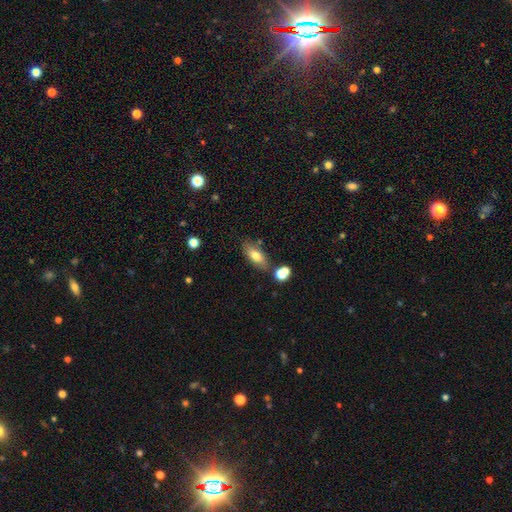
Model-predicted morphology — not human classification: Q: Smooth or featured?
A: smooth (76%); runner-up: featured or disk (16%)
Q: How rounded?
A: in between (81%); runner-up: cigar-shaped (16%)
Q: Merging?
A: none (72%); runner-up: minor disturbance (14%)